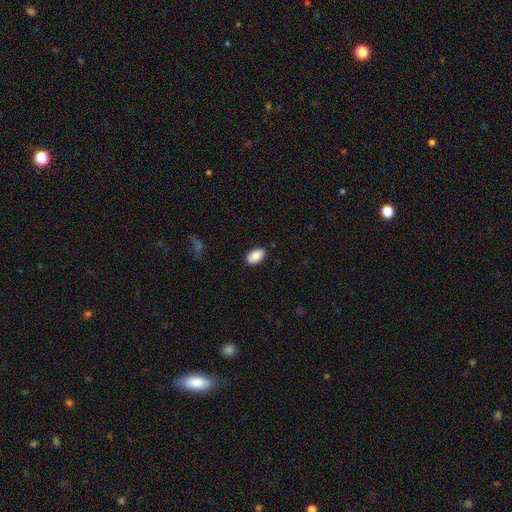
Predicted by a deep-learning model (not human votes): smooth 85%, featured or disk 8%, star or artifact 7%. Down the decision tree: how rounded — in between (93%); merging — none (87%).